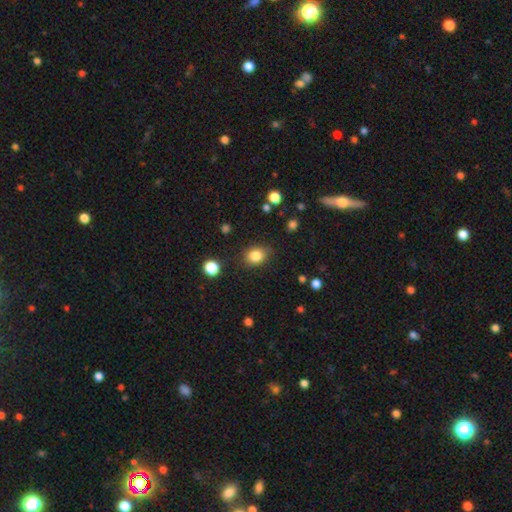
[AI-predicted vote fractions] Q: Smooth or featured?
A: smooth (84%); runner-up: star or artifact (10%)
Q: How rounded?
A: round (56%); runner-up: in between (43%)
Q: Merging?
A: none (80%); runner-up: minor disturbance (14%)